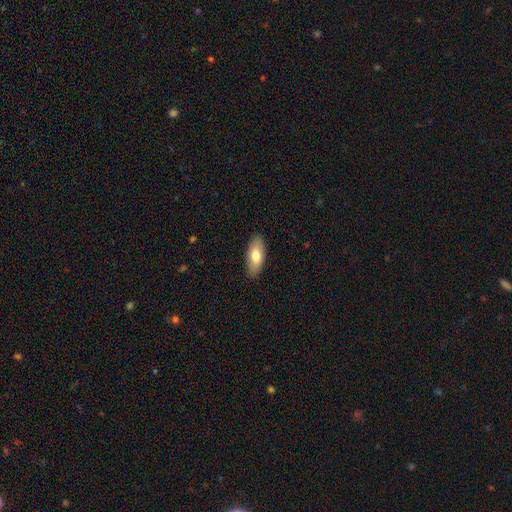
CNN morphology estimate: Q: Smooth or featured?
A: smooth (75%); runner-up: featured or disk (20%)
Q: How rounded?
A: in between (86%); runner-up: cigar-shaped (12%)
Q: Merging?
A: none (88%); runner-up: minor disturbance (9%)